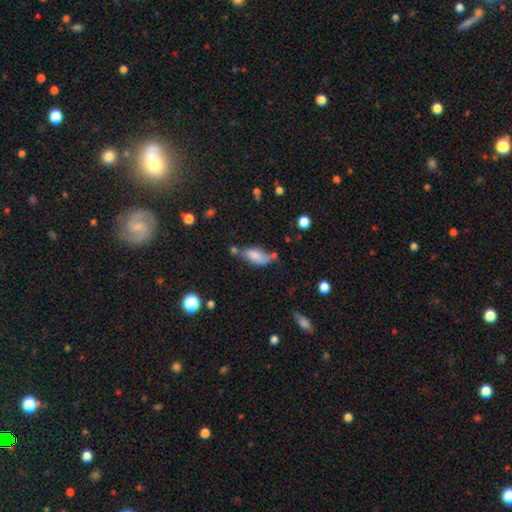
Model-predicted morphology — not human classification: Smooth or featured: smooth — 76% (featured or disk — 15%)
How rounded: in between — 83% (cigar-shaped — 15%)
Merging: none — 39% (minor disturbance — 30%)